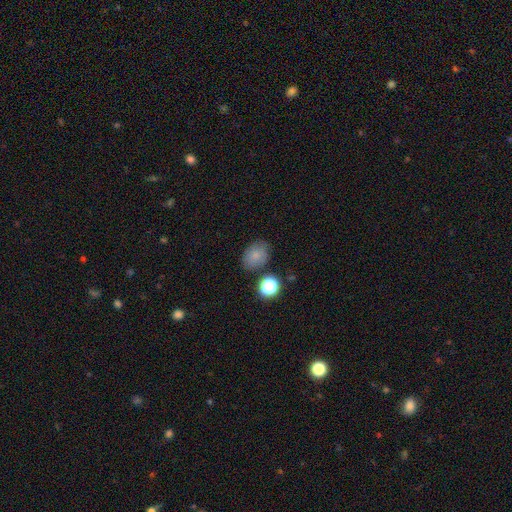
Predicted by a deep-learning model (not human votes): This appears to be a smooth galaxy with no disk features (78%) that is in between round and cigar-shaped (64%). Merging: none (75%).